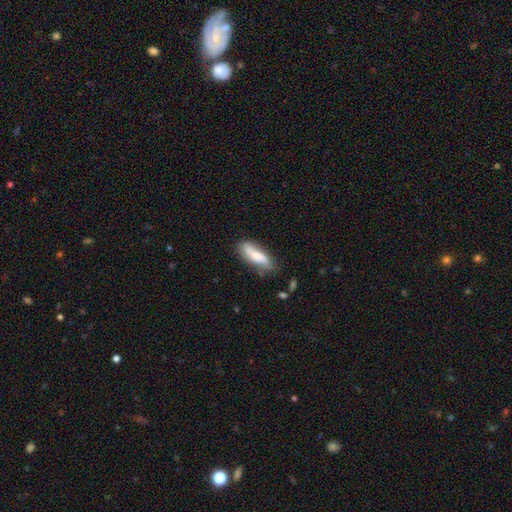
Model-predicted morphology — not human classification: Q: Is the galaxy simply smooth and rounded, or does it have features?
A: smooth — 63%.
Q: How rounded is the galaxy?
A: in between — 59%.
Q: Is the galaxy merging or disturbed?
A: none — 64%.